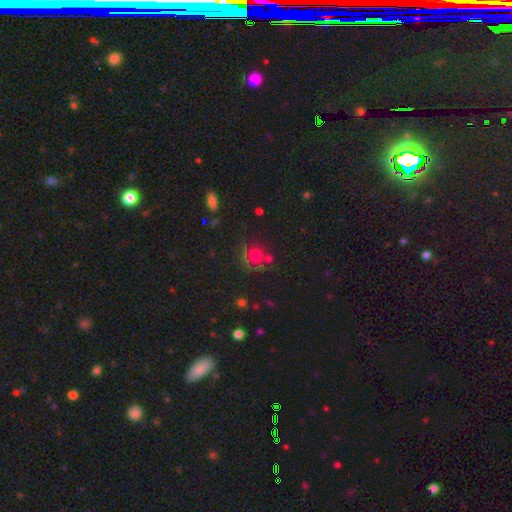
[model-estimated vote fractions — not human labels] smooth-or-featured: smooth: 55% | star or artifact: 24% | featured or disk: 21%
  how-rounded: round: 87% | in between: 11% | cigar-shaped: 1%
  merging: none: 61% | minor disturbance: 16% | merger: 12% | major disturbance: 10%